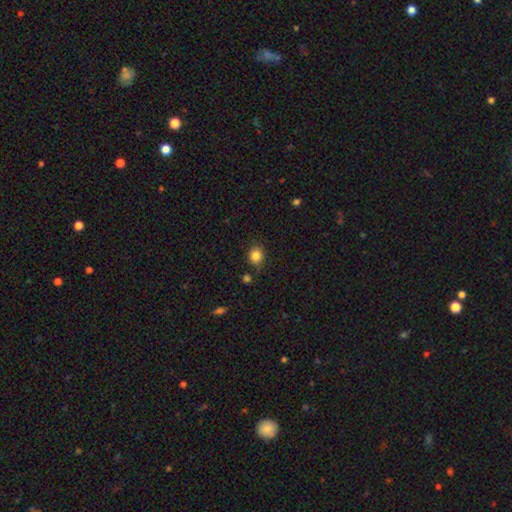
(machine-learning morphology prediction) smooth-or-featured: smooth: 84% | star or artifact: 11% | featured or disk: 5%
  how-rounded: round: 70% | in between: 29% | cigar-shaped: 1%
  merging: none: 82% | minor disturbance: 12% | merger: 3% | major disturbance: 3%